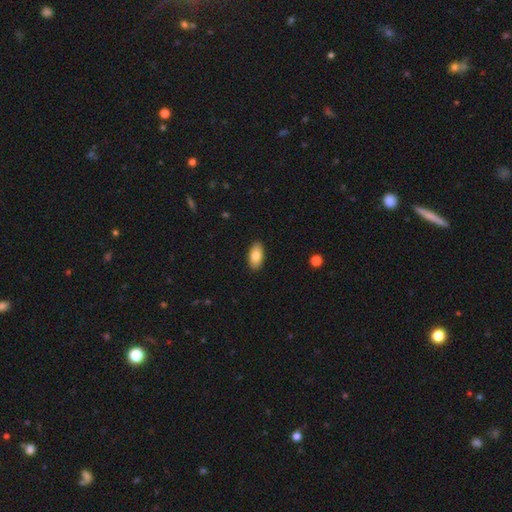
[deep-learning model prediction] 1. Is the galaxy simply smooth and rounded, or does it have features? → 82% smooth, 12% featured or disk, 7% star or artifact.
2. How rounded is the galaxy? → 93% in between, 4% cigar-shaped, 3% round.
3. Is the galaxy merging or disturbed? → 90% none, 7% minor disturbance, 2% major disturbance, 1% merger.